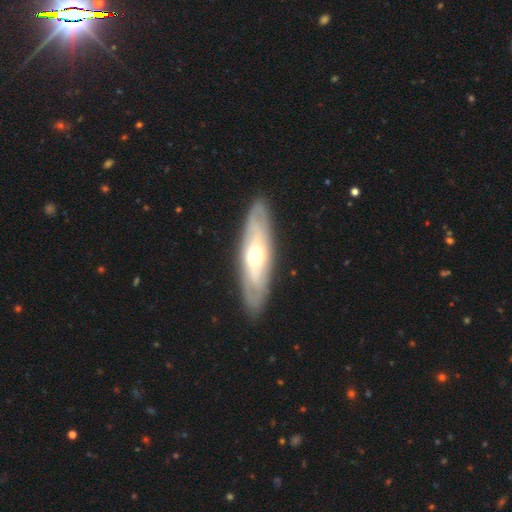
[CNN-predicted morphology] smooth-or-featured: featured or disk: 67% | smooth: 28% | star or artifact: 5%
  disk-edge-on: no: 67% | yes: 33%
  merging: none: 87% | minor disturbance: 10% | major disturbance: 3% | merger: 1%